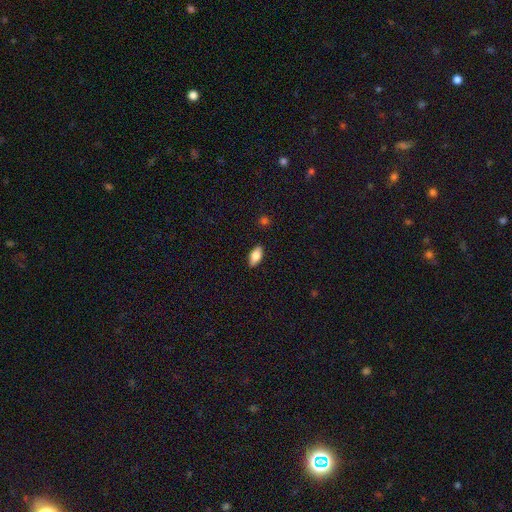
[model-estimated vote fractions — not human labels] A smooth galaxy with no disk features (74%) that is in between round and cigar-shaped (87%). Merging: none (88%).